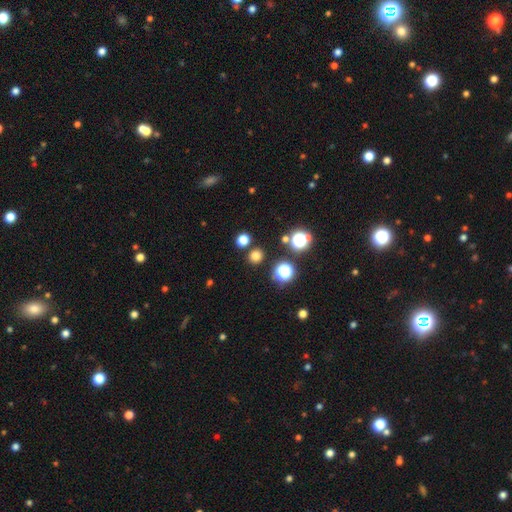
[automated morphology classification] Smooth or featured: smooth — 73% (star or artifact — 22%)
How rounded: round — 90% (in between — 9%)
Merging: none — 86% (minor disturbance — 6%)